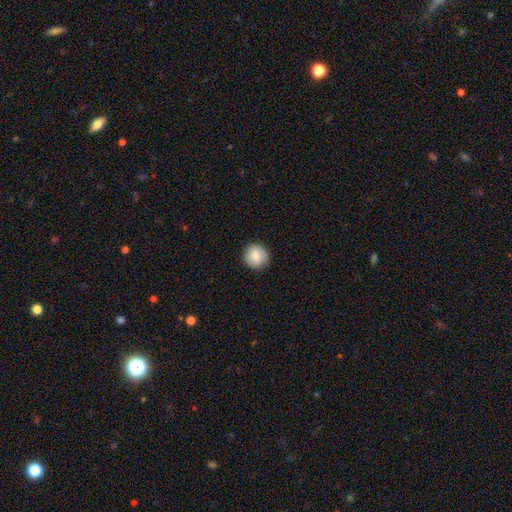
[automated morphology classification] smooth_or_featured: smooth (p=0.80) [alt: featured or disk p=0.12]
how_rounded: round (p=0.93) [alt: in between p=0.06]
merging: none (p=0.88) [alt: minor disturbance p=0.09]